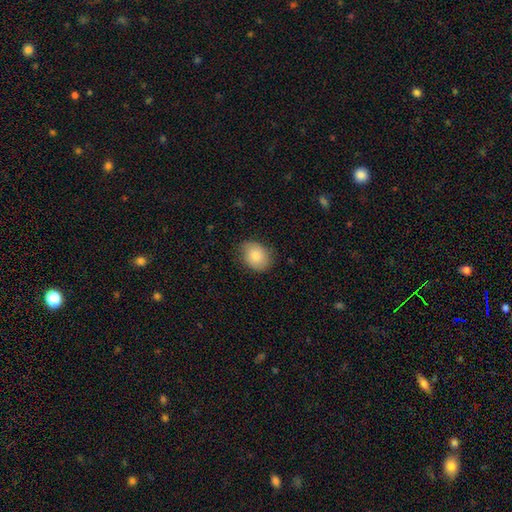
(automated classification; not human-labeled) Q: Smooth or featured?
A: smooth (83%); runner-up: featured or disk (10%)
Q: How rounded?
A: in between (55%); runner-up: round (44%)
Q: Merging?
A: none (78%); runner-up: minor disturbance (18%)